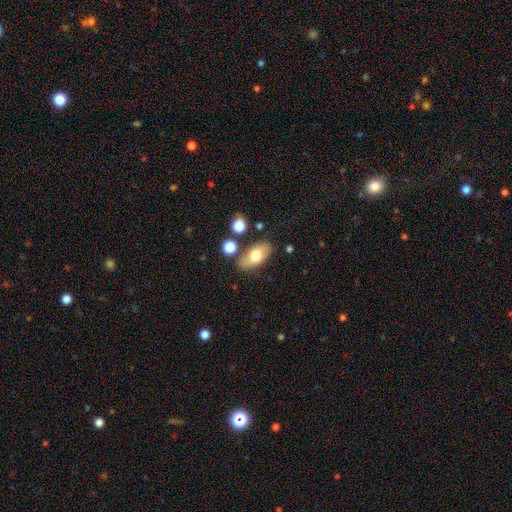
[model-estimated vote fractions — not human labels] Q: Smooth or featured?
A: smooth (68%); runner-up: featured or disk (24%)
Q: How rounded?
A: in between (89%); runner-up: round (6%)
Q: Merging?
A: none (77%); runner-up: minor disturbance (13%)